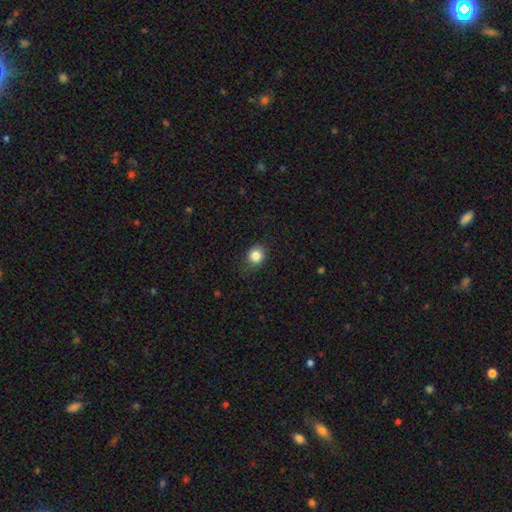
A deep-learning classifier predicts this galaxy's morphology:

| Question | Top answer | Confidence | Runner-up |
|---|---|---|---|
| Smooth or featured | smooth | 85% | star or artifact (10%) |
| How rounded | round | 76% | in between (23%) |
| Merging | none | 83% | minor disturbance (13%) |